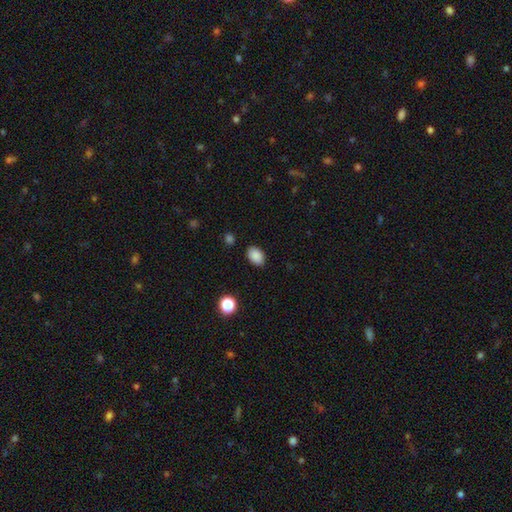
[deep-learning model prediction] Smooth or featured? smooth (87%)
How rounded? in between (85%)
Merging? none (86%)